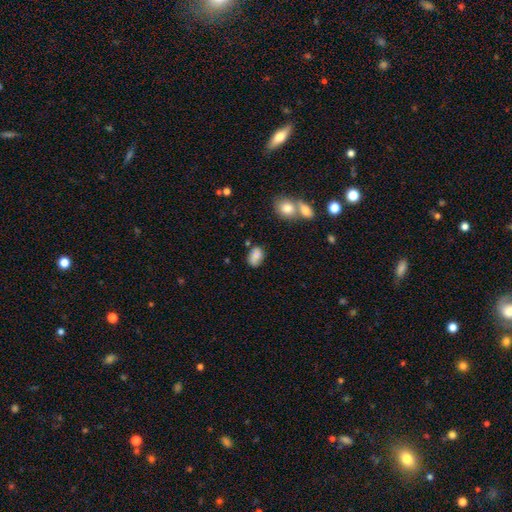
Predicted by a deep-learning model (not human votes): The model was most divided on "merging": none: 70%, minor disturbance: 17%, merger: 8%, major disturbance: 4%. More confident: how rounded — in between (84%); smooth or featured — smooth (80%).